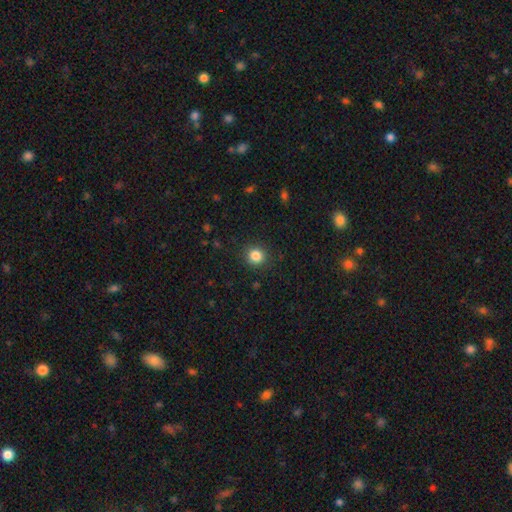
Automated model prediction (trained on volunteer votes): Overall: smooth (84%). How rounded: round (90%). Merging: none (90%).